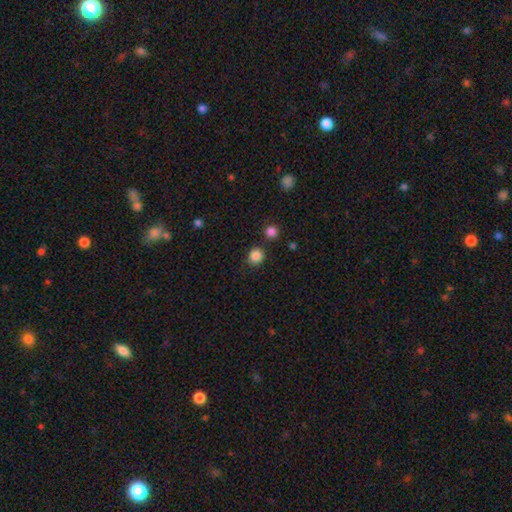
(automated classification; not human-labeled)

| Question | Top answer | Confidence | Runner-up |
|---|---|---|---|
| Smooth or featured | smooth | 85% | star or artifact (11%) |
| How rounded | round | 88% | in between (11%) |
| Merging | none | 84% | minor disturbance (8%) |